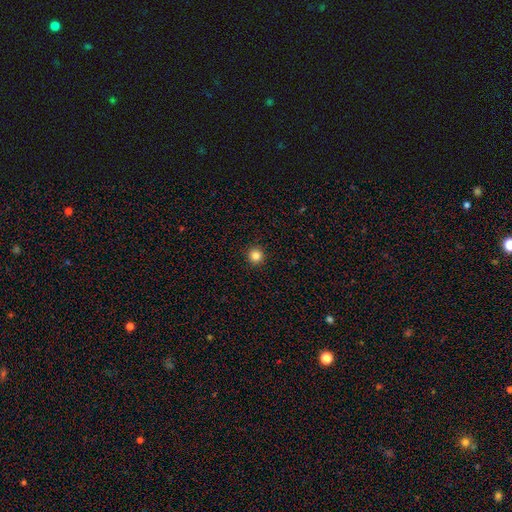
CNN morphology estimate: Smooth or featured? Predicted: smooth (p=0.84). How rounded? Predicted: round (p=0.96). Merging? Predicted: none (p=0.93).